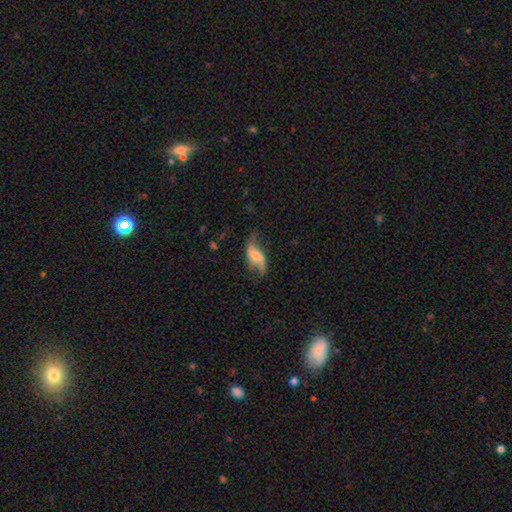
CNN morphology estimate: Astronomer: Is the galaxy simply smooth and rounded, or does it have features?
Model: featured or disk — 68%.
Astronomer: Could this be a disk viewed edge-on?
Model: no — 92%.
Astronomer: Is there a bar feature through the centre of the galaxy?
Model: no — 42% (runner-up: weak, 38%).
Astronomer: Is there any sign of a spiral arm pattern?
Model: yes — 89%.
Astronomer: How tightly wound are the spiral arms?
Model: loose — 86%.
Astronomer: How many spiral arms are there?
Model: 2 — 90%.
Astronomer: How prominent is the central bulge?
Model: small — 34% (runner-up: moderate, 28%).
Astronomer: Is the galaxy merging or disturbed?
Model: none — 60%.